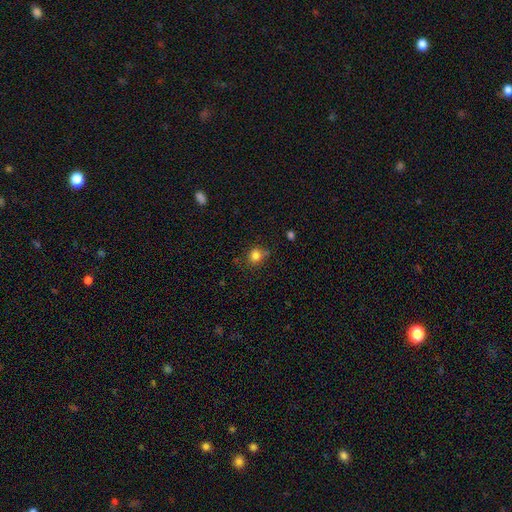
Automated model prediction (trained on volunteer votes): smooth 82%, star or artifact 12%, featured or disk 6%. Down the decision tree: how rounded — round (79%); merging — none (73%).